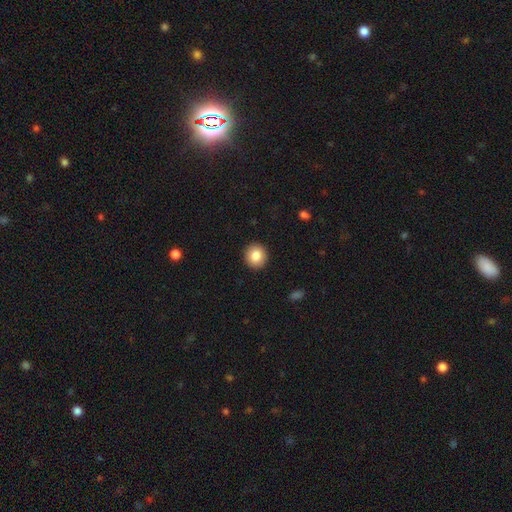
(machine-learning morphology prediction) Q: Smooth or featured?
A: smooth (85%); runner-up: star or artifact (8%)
Q: How rounded?
A: round (91%); runner-up: in between (8%)
Q: Merging?
A: none (92%); runner-up: minor disturbance (5%)